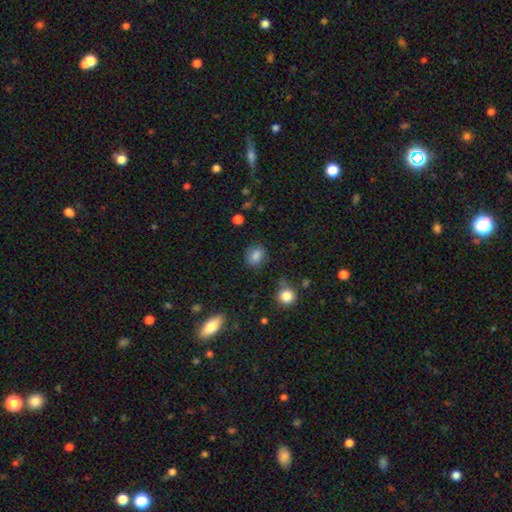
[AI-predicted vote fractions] Smooth or featured? Predicted: smooth (p=0.84). How rounded? Predicted: round (p=0.59). Merging? Predicted: none (p=0.81).